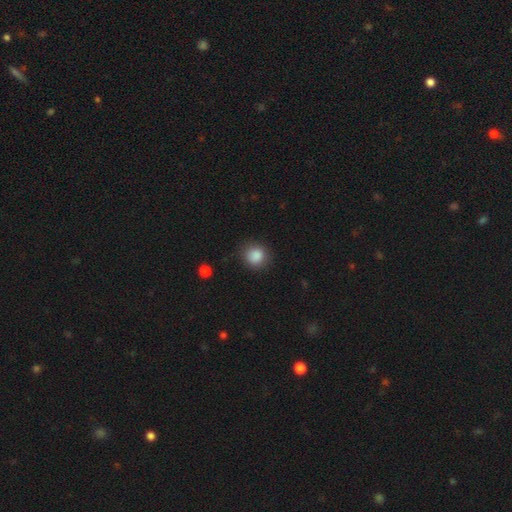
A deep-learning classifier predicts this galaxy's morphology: Smooth or featured? smooth (87%)
How rounded? round (85%)
Merging? none (85%)